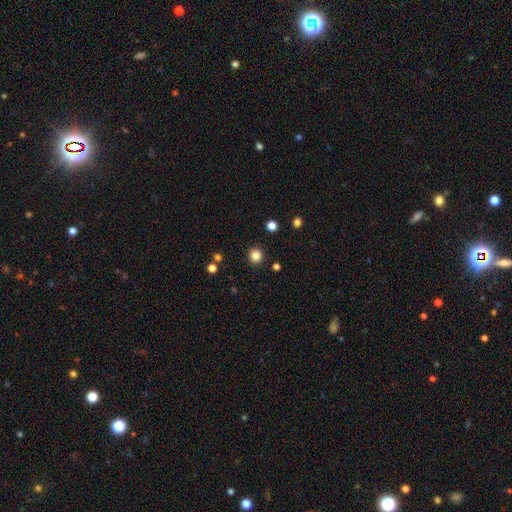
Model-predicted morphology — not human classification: A smooth galaxy with no disk features (83%) that is round (93%). Merging: none (91%).